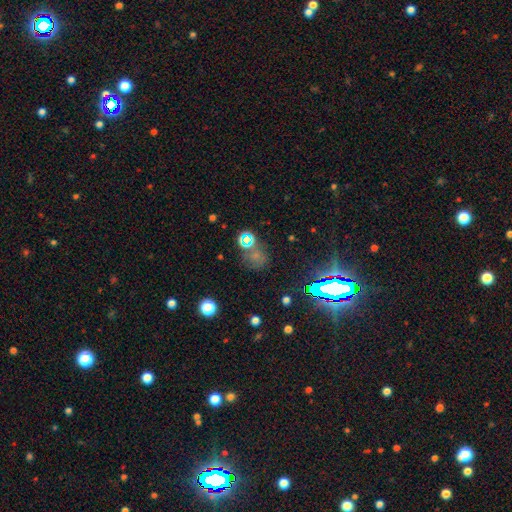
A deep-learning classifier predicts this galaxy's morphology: Smooth or featured?
  - smooth: 47% *
  - star or artifact: 41%
  - featured or disk: 13%
Merging?
  - none: 55% *
  - minor disturbance: 16%
  - merger: 16%
  - major disturbance: 13%